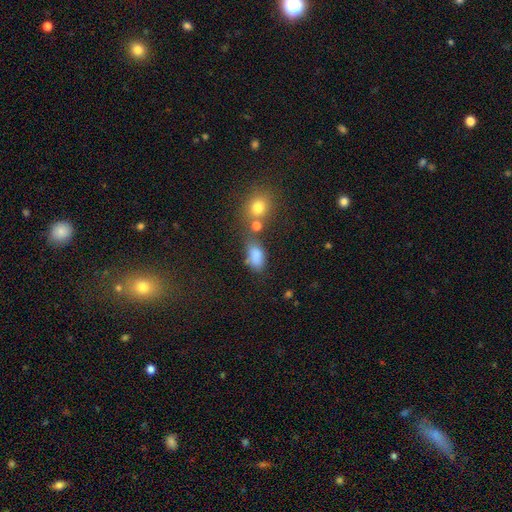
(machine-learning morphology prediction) A smooth galaxy with no disk features (80%) that is in between round and cigar-shaped (84%).

Vote fractions:
- Smooth or featured? smooth: 80% / star or artifact: 12% / featured or disk: 8%
- How rounded? in between: 84% / round: 12% / cigar-shaped: 4%
- Merging? none: 49% / minor disturbance: 21% / merger: 21% / major disturbance: 10%